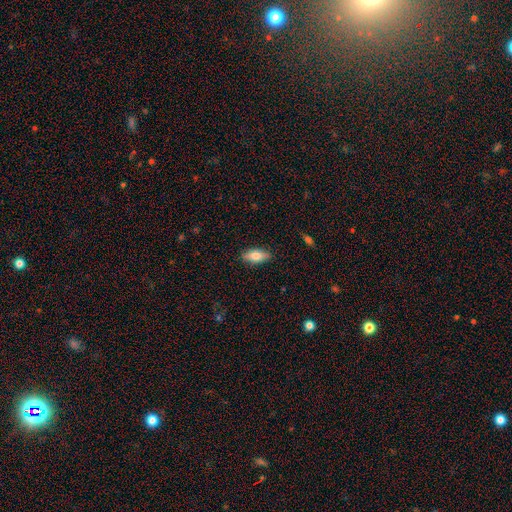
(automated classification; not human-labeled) smooth 76%, featured or disk 18%, star or artifact 6%. Down the decision tree: how rounded — in between (80%); merging — none (88%).